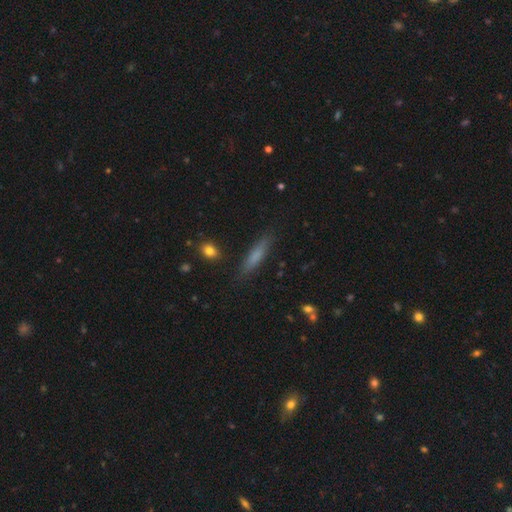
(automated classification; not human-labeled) Smooth or featured? smooth (66%)
How rounded? cigar-shaped (84%)
Merging? none (85%)